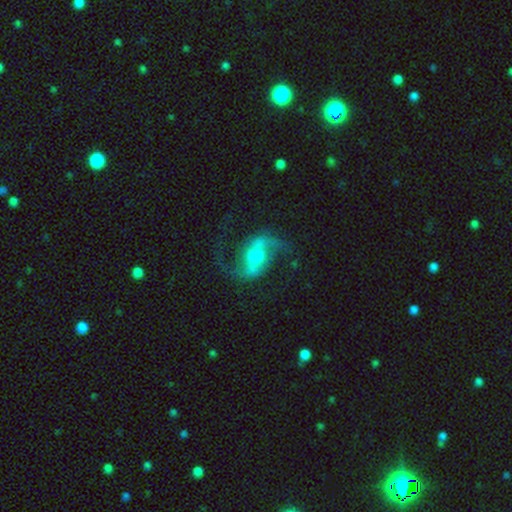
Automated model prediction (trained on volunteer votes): featured or disk 87%, smooth 7%, star or artifact 5%. Down the decision tree: edge-on disk — no (97%); bar — weak (44%); spiral arms — yes (95%); spiral arm count — 2 (93%); spiral winding — loose (57%); bulge size — moderate (55%); merging — none (69%).